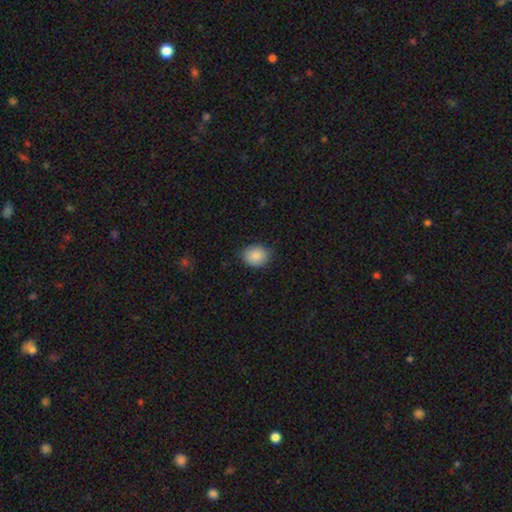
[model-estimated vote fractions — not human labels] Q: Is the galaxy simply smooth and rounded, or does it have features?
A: smooth — 88%.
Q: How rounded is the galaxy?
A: round — 60%.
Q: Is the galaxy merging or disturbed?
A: none — 83%.